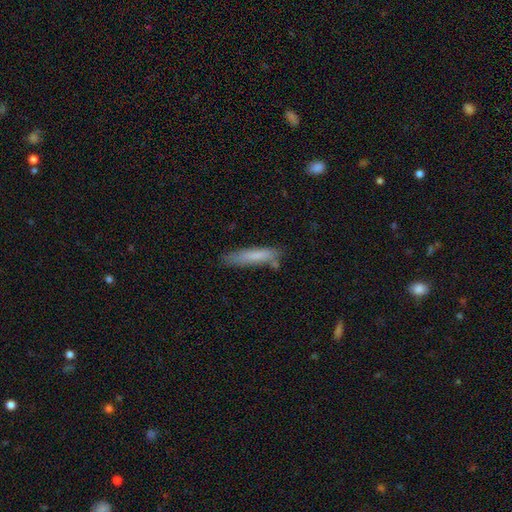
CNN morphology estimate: The model was most divided on "merging": none: 69%, minor disturbance: 21%, merger: 5%, major disturbance: 5%. More confident: how rounded — cigar-shaped (85%); smooth or featured — smooth (75%).